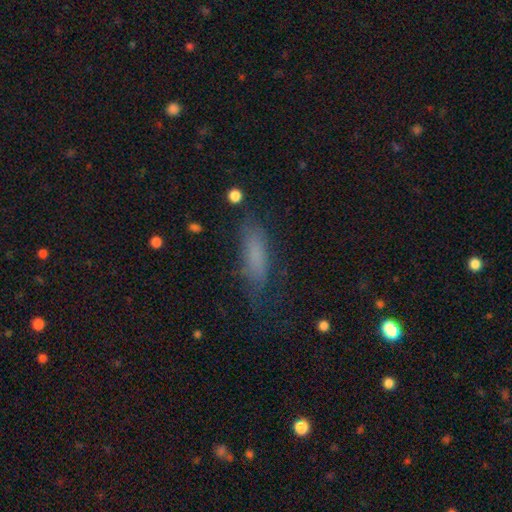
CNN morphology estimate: The model was most divided on "how rounded" (2-way tie): cigar-shaped: 49%, in between: 49%, round: 3%. More confident: smooth or featured — smooth (71%); merging — none (65%).